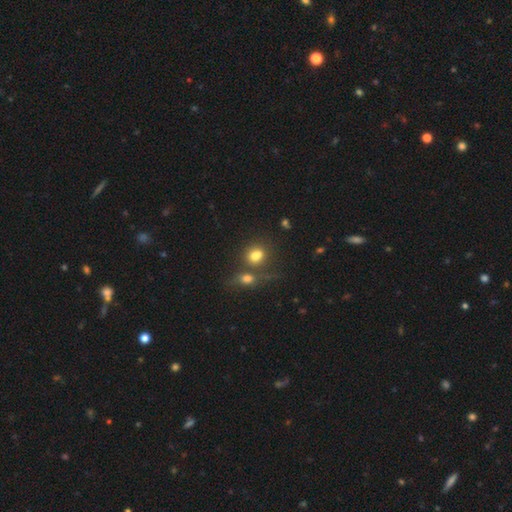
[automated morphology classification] This is likely a smooth galaxy (75%). How rounded: possibly in between (50%). Merging: marginally merger (44%).